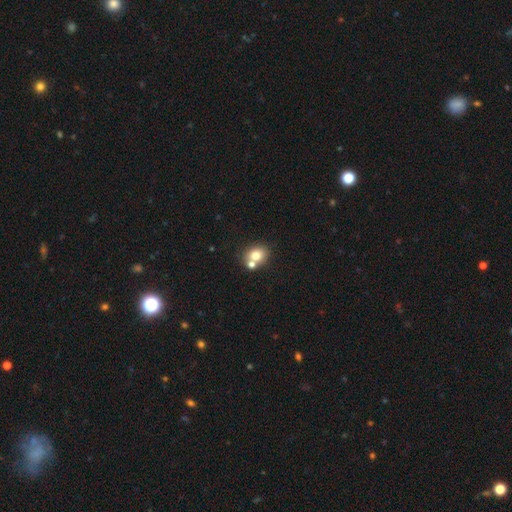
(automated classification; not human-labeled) The model was most divided on "merging": none: 53%, merger: 34%, minor disturbance: 10%, major disturbance: 3%. More confident: smooth or featured — smooth (77%); how rounded — round (61%).